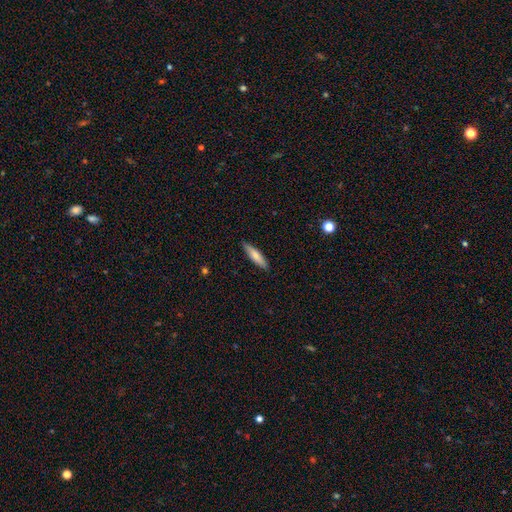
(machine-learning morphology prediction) Q: Smooth or featured?
A: smooth (74%); runner-up: featured or disk (21%)
Q: How rounded?
A: cigar-shaped (76%); runner-up: in between (23%)
Q: Merging?
A: none (89%); runner-up: minor disturbance (8%)